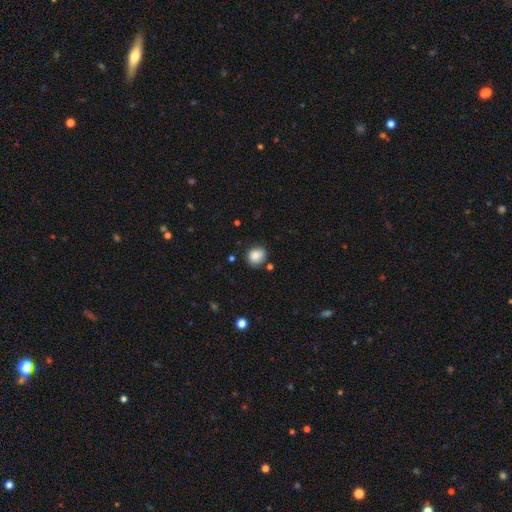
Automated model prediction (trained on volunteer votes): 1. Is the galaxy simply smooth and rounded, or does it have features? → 83% smooth, 9% star or artifact, 7% featured or disk.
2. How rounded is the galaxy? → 82% round, 17% in between, 1% cigar-shaped.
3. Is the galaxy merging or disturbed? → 80% none, 13% minor disturbance, 4% merger, 3% major disturbance.